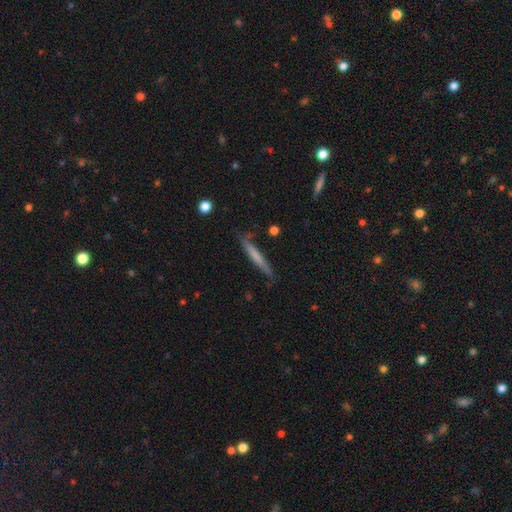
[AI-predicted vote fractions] This is likely a smooth galaxy (61%). How rounded: clearly cigar-shaped (95%). Merging: likely none (79%).